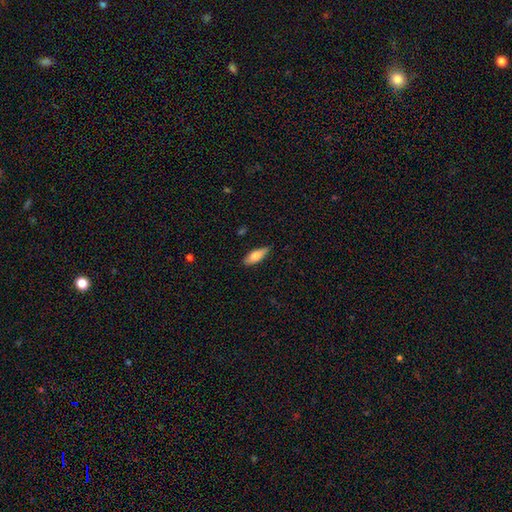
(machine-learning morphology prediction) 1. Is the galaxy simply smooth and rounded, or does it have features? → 76% smooth, 18% featured or disk, 6% star or artifact.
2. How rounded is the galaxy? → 73% in between, 25% cigar-shaped, 2% round.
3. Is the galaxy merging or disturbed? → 80% none, 16% minor disturbance, 2% major disturbance, 1% merger.